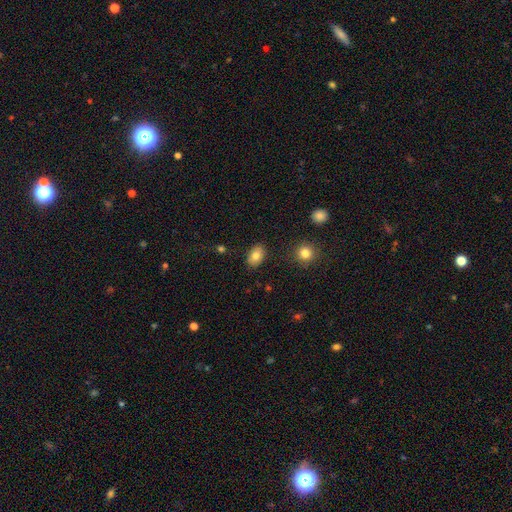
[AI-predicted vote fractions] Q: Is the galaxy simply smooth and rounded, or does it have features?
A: smooth — 81%.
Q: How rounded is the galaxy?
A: in between — 85%.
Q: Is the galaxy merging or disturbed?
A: none — 87%.